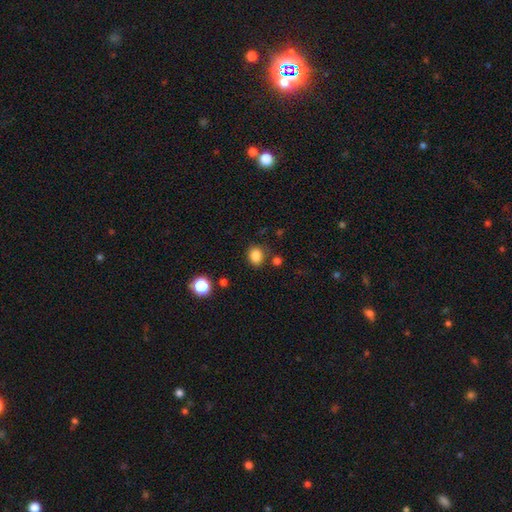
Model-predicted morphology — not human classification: A smooth galaxy with no disk features (84%) that is round (52%).

Vote fractions:
- Smooth or featured? smooth: 84% / star or artifact: 12% / featured or disk: 4%
- How rounded? round: 52% / in between: 47% / cigar-shaped: 1%
- Merging? none: 75% / minor disturbance: 14% / merger: 6% / major disturbance: 5%